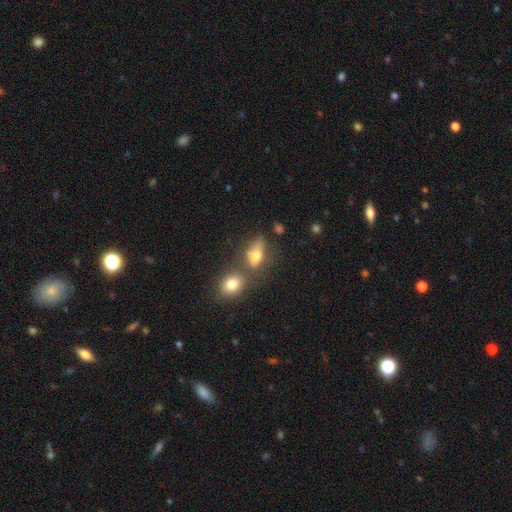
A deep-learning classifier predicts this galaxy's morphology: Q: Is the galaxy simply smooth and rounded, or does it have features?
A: smooth — 70%.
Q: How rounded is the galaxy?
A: in between — 79%.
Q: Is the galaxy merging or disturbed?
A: none — 37%.